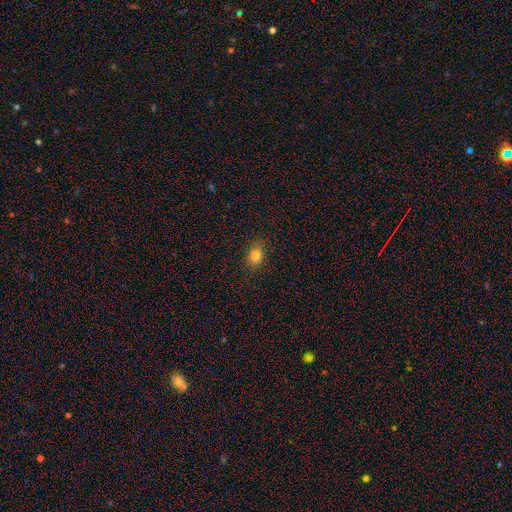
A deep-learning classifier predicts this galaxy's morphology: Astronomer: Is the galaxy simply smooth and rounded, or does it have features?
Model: smooth — 81%.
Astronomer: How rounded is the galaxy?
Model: in between — 60% (runner-up: round, 38%).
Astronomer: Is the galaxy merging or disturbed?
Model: none — 87%.